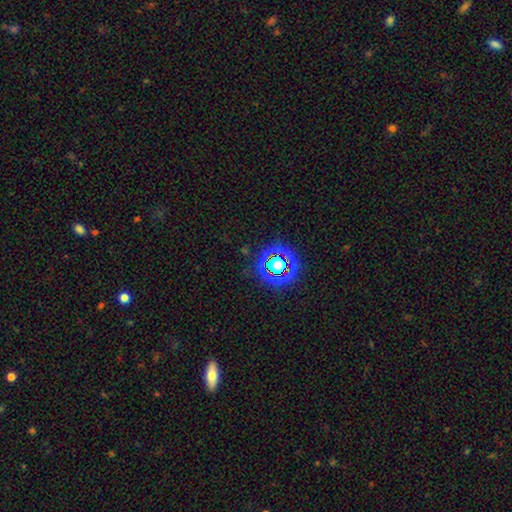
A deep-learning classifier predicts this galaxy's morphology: Smooth or featured?
  - star or artifact: 74% *
  - smooth: 16%
  - featured or disk: 9%